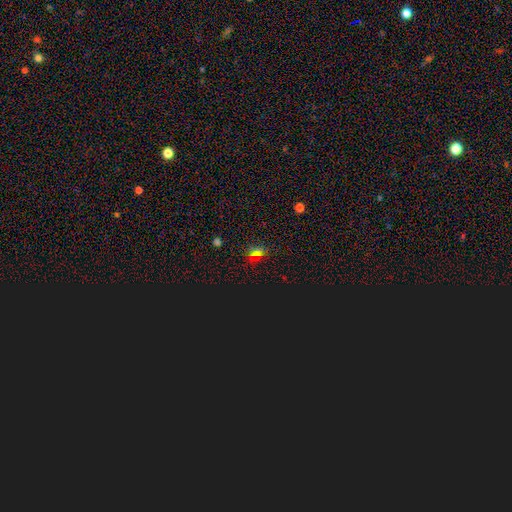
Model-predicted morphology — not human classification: Smooth or featured: star or artifact — 53% (smooth — 39%)